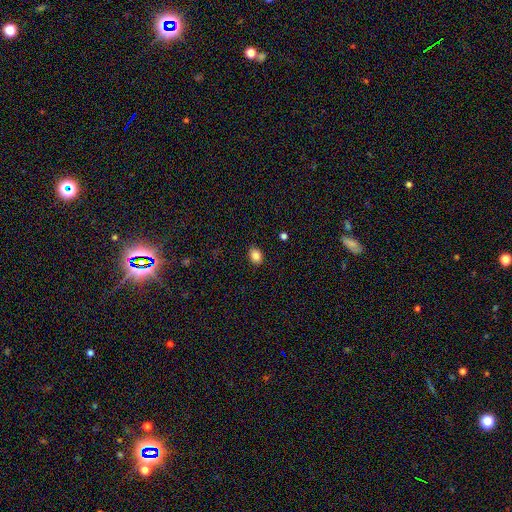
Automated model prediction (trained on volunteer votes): smooth-or-featured: smooth: 86% | star or artifact: 10% | featured or disk: 4%
  how-rounded: in between: 70% | round: 29% | cigar-shaped: 1%
  merging: none: 89% | minor disturbance: 8% | major disturbance: 2% | merger: 1%